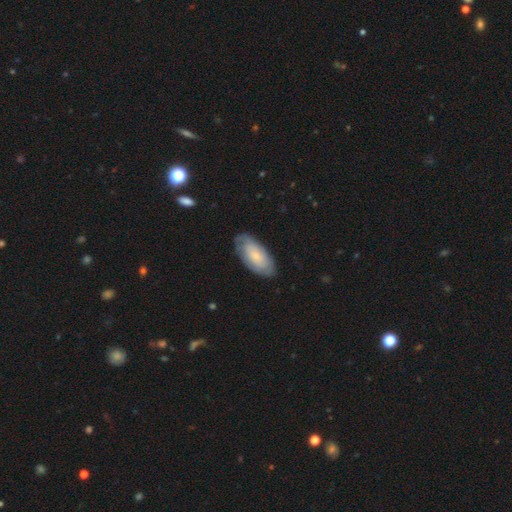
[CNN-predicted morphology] Smooth or featured: smooth — 56% (featured or disk — 37%)
How rounded: in between — 91% (cigar-shaped — 7%)
Merging: none — 75% (minor disturbance — 19%)